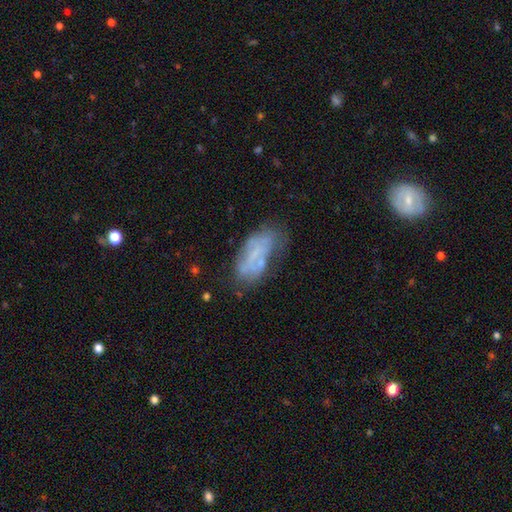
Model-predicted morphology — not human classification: Overall: featured or disk (52%; smooth 37%). Edge-on disk: no (93%). Merging: none (47%; minor disturbance 27%).